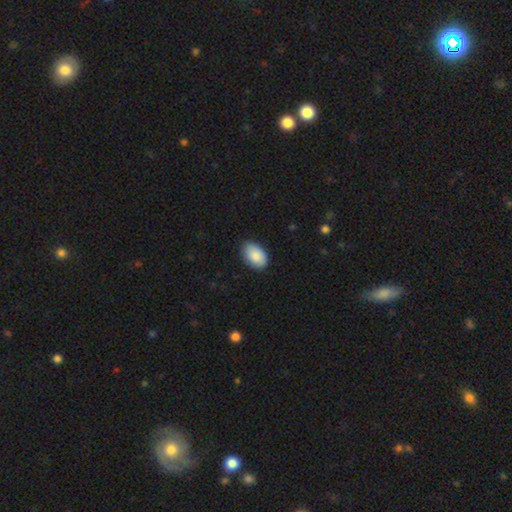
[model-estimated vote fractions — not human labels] smooth-or-featured: smooth: 88% | star or artifact: 6% | featured or disk: 6%
  how-rounded: in between: 92% | round: 7% | cigar-shaped: 1%
  merging: none: 85% | minor disturbance: 12% | major disturbance: 2% | merger: 1%